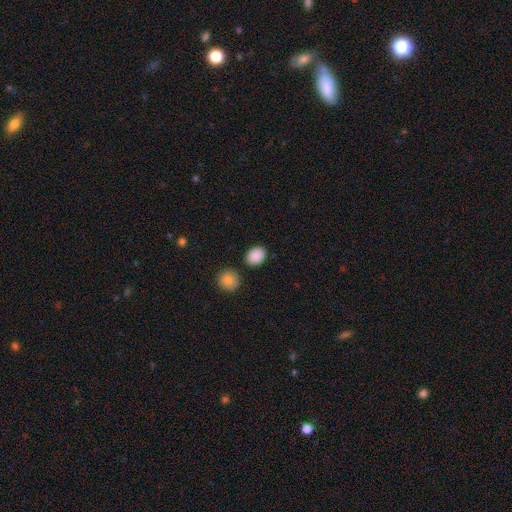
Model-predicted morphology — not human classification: type=smooth (89%); roundness=in between (52%); merging=none (85%).